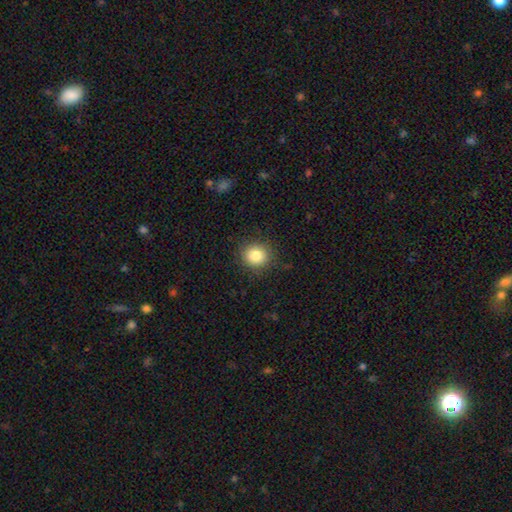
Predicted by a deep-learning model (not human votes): smooth_or_featured: smooth (p=0.84) [alt: star or artifact p=0.10]
how_rounded: round (p=0.87) [alt: in between p=0.12]
merging: none (p=0.88) [alt: minor disturbance p=0.08]